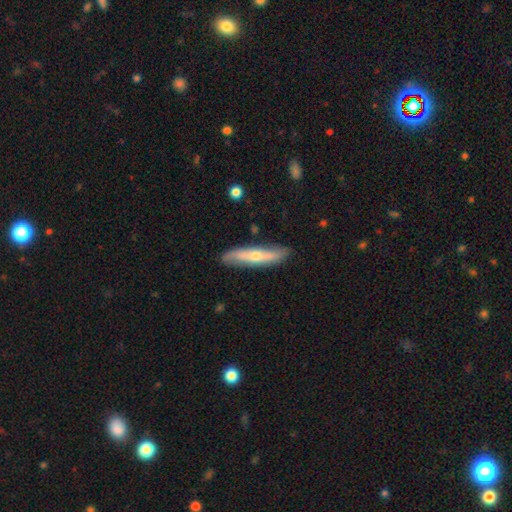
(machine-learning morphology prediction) Smooth or featured?
  - featured or disk: 54% *
  - smooth: 38%
  - star or artifact: 8%
Edge-on disk?
  - yes: 71% *
  - no: 29%
Merging?
  - none: 85% *
  - minor disturbance: 11%
  - major disturbance: 2%
  - merger: 1%